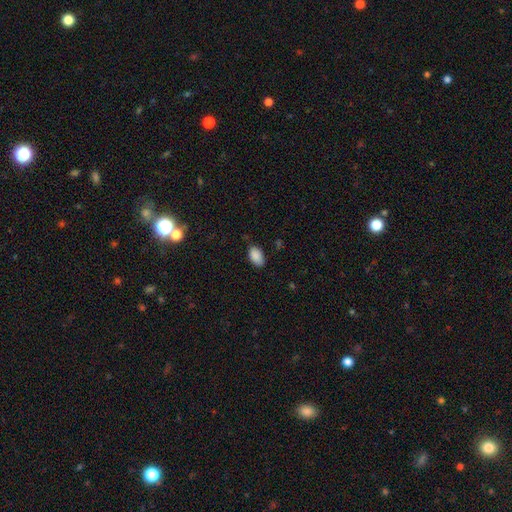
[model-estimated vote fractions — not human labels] A smooth galaxy with no disk features (89%) that is in between round and cigar-shaped (93%). Merging: none (80%).